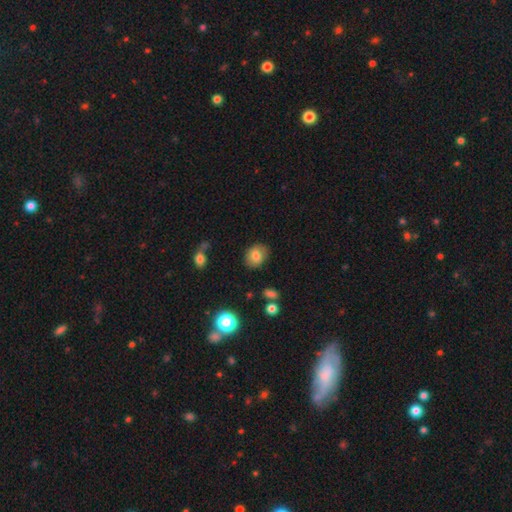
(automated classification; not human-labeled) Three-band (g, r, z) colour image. It shows a smooth galaxy with no disk features (79%) that is round (51%). Merging: none (82%).